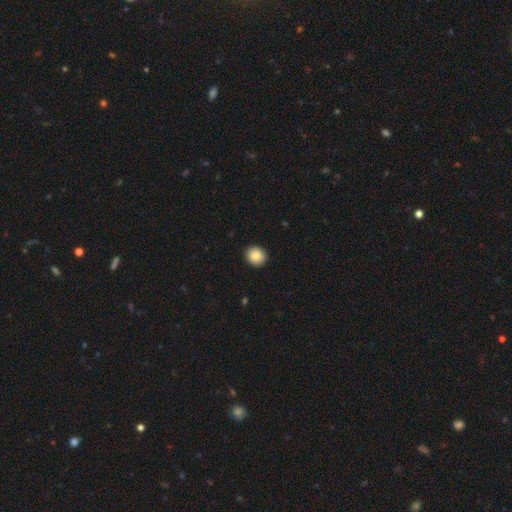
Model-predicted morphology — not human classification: smooth-or-featured: smooth: 87% | star or artifact: 8% | featured or disk: 5%
  how-rounded: round: 83% | in between: 16% | cigar-shaped: 1%
  merging: none: 92% | minor disturbance: 5% | major disturbance: 2% | merger: 1%